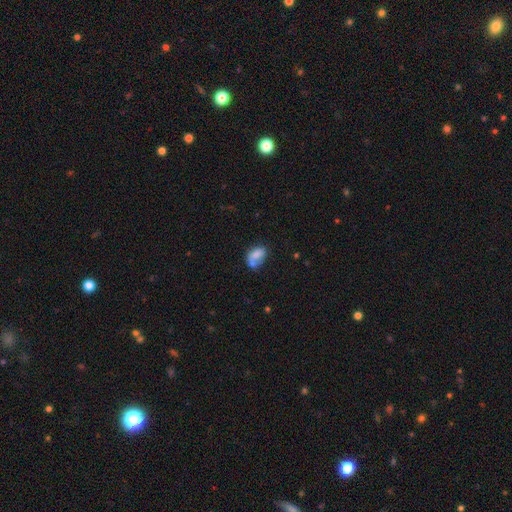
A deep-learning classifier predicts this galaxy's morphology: A smooth galaxy with no disk features (72%) that is in between round and cigar-shaped (82%).

Vote fractions:
- Smooth or featured? smooth: 72% / featured or disk: 19% / star or artifact: 9%
- How rounded? in between: 82% / round: 17% / cigar-shaped: 2%
- Merging? merger: 36% / none: 32% / minor disturbance: 20% / major disturbance: 12%